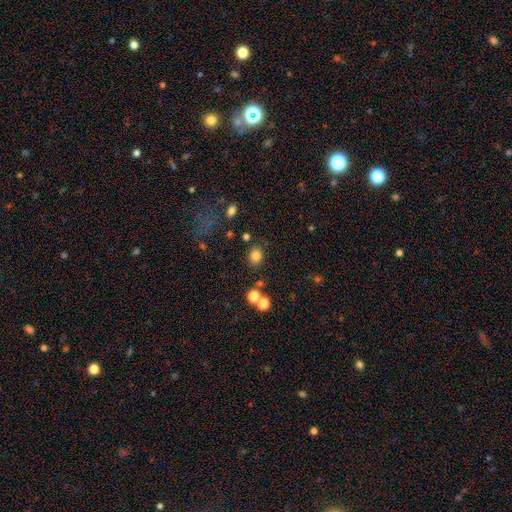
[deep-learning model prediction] The model was most divided on "how rounded": round: 64%, in between: 35%, cigar-shaped: 1%. More confident: merging — none (81%); smooth or featured — smooth (81%).